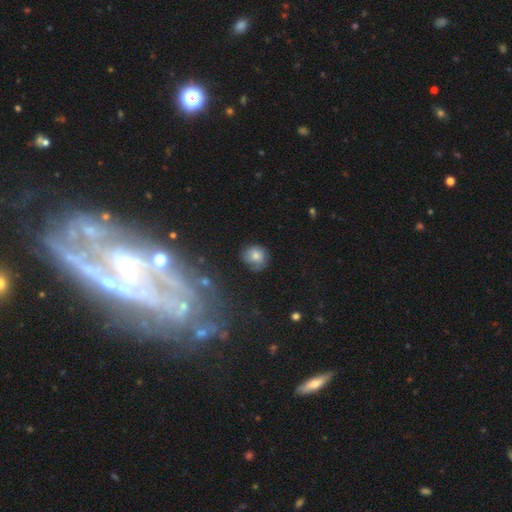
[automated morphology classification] Q: Smooth or featured?
A: smooth (69%); runner-up: featured or disk (20%)
Q: How rounded?
A: round (82%); runner-up: in between (17%)
Q: Merging?
A: none (66%); runner-up: minor disturbance (24%)